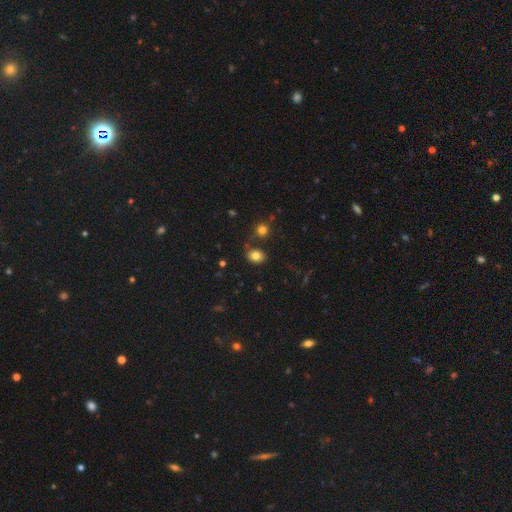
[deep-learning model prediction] Morphology: type=smooth (81%); roundness=round (51%); merging=none (76%).